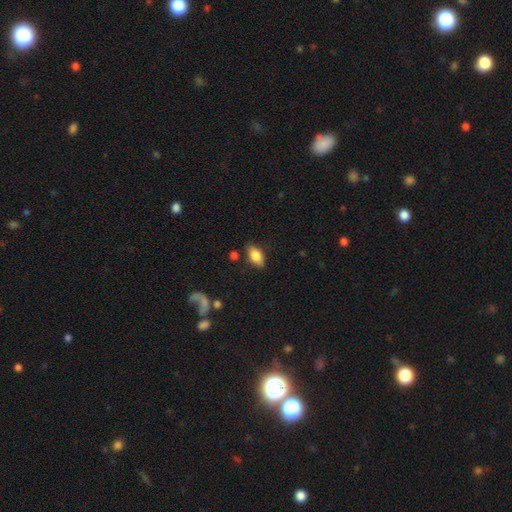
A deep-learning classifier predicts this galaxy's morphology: smooth 82%, featured or disk 11%, star or artifact 7%. Down the decision tree: how rounded — in between (90%); merging — none (80%).